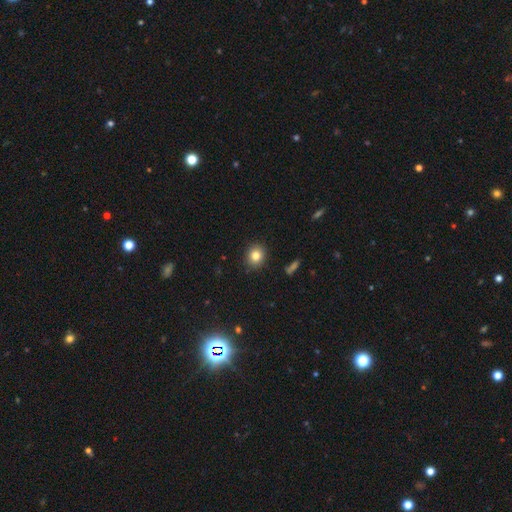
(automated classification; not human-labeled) smooth 81%, star or artifact 11%, featured or disk 8%. Down the decision tree: how rounded — round (76%); merging — none (89%).